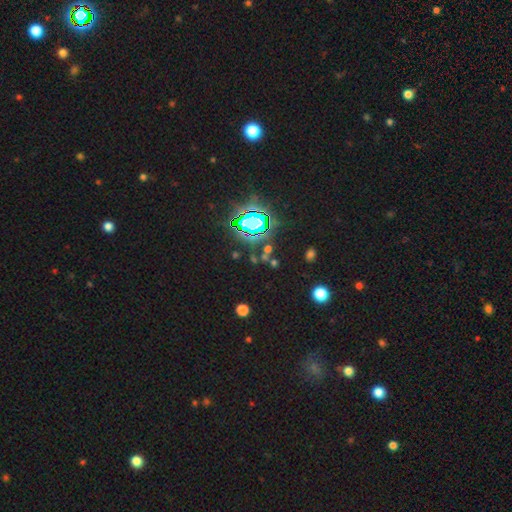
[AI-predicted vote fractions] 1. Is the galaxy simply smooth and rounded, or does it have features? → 78% star or artifact, 14% smooth, 8% featured or disk.